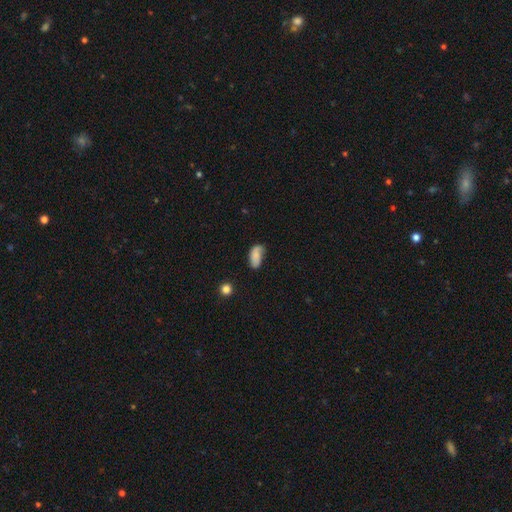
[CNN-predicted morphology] Overall: smooth (81%). How rounded: in between (90%). Merging: none (51%; minor disturbance 34%).